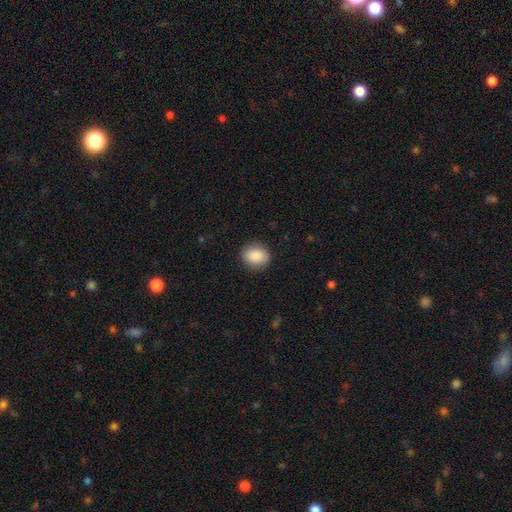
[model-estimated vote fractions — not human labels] This appears to be a smooth galaxy with no disk features (86%) that is round (61%). Merging: none (87%).